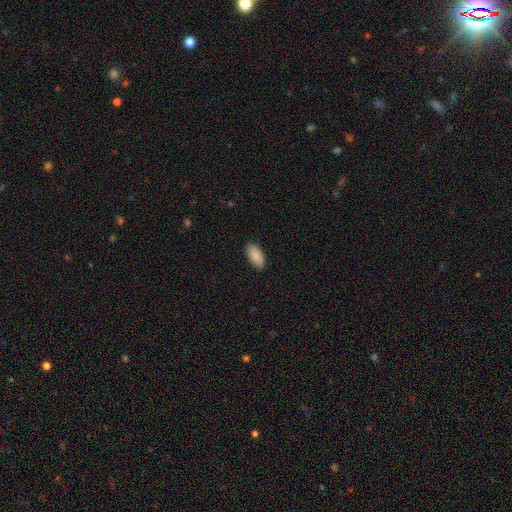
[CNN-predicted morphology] A smooth galaxy with no disk features (88%) that is in between round and cigar-shaped (94%).

Vote fractions:
- Smooth or featured? smooth: 88% / star or artifact: 6% / featured or disk: 6%
- How rounded? in between: 94% / cigar-shaped: 4% / round: 2%
- Merging? none: 88% / minor disturbance: 9% / major disturbance: 2% / merger: 1%